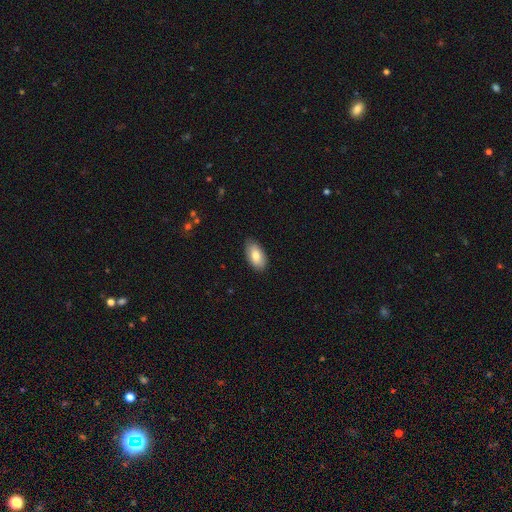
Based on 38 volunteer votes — Smooth or featured: smooth — 66% (featured or disk — 24%)
How rounded: in between — 100%
Merging: none — 82% (minor disturbance — 18%)